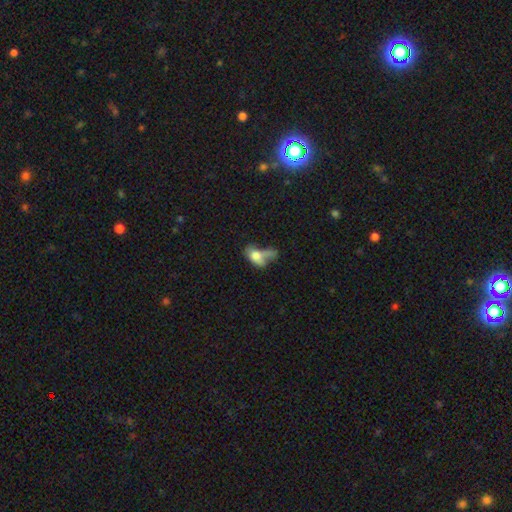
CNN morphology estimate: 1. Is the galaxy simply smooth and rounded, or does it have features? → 63% smooth, 25% featured or disk, 11% star or artifact.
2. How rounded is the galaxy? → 79% in between, 15% round, 6% cigar-shaped.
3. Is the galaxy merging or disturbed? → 36% merger, 31% major disturbance, 18% none, 14% minor disturbance.